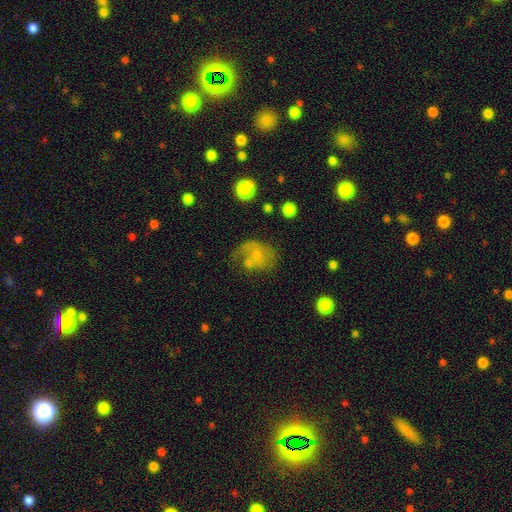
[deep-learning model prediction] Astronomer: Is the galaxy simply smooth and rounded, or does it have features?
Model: smooth — 48% (runner-up: featured or disk, 40%).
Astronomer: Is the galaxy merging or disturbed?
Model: none — 30%, tied with major disturbance at 30%.